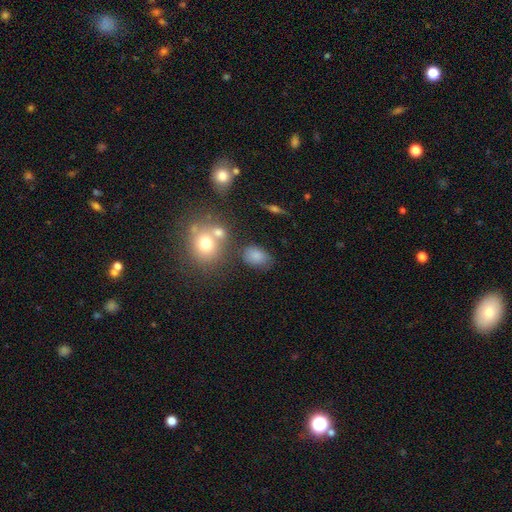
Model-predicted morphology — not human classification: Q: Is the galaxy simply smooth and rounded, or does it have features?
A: smooth — 80%.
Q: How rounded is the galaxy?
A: in between — 73%.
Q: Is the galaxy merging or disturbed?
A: none — 67%.